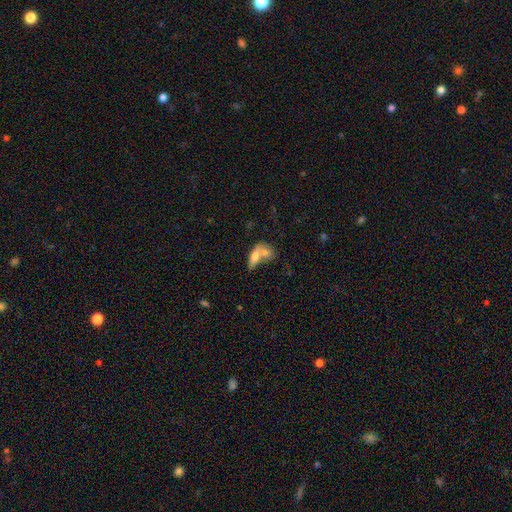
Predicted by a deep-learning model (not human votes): Q: Smooth or featured?
A: smooth (67%); runner-up: featured or disk (25%)
Q: How rounded?
A: in between (71%); runner-up: cigar-shaped (20%)
Q: Merging?
A: merger (63%); runner-up: none (24%)